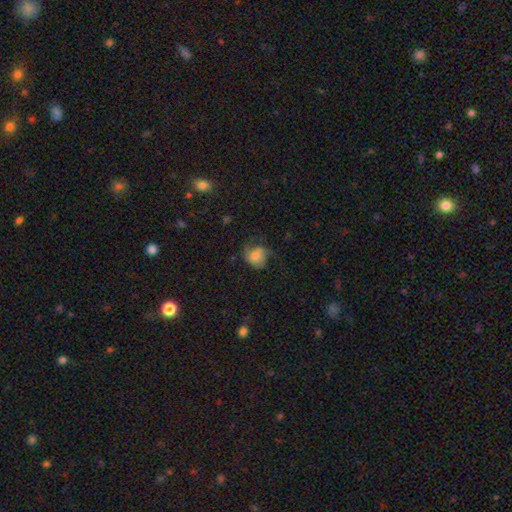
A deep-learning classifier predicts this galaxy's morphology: A smooth galaxy with no disk features (61%) that is round (64%).

Vote fractions:
- Smooth or featured? smooth: 61% / featured or disk: 29% / star or artifact: 10%
- How rounded? round: 64% / in between: 35% / cigar-shaped: 1%
- Merging? none: 43% / minor disturbance: 28% / major disturbance: 27% / merger: 2%